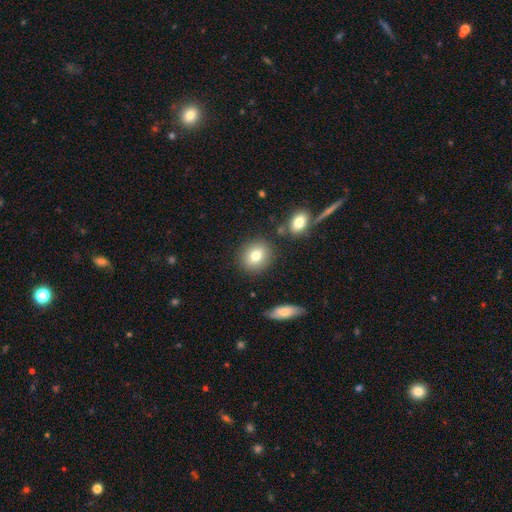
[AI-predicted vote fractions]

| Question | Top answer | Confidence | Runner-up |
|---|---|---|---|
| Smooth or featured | smooth | 80% | featured or disk (11%) |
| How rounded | round | 70% | in between (28%) |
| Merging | none | 84% | minor disturbance (9%) |